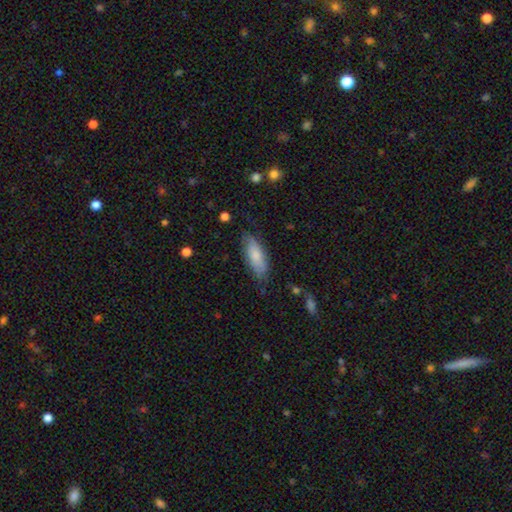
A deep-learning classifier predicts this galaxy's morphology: A smooth galaxy with no disk features (79%) that is in between round and cigar-shaped (67%). Merging: none (74%).